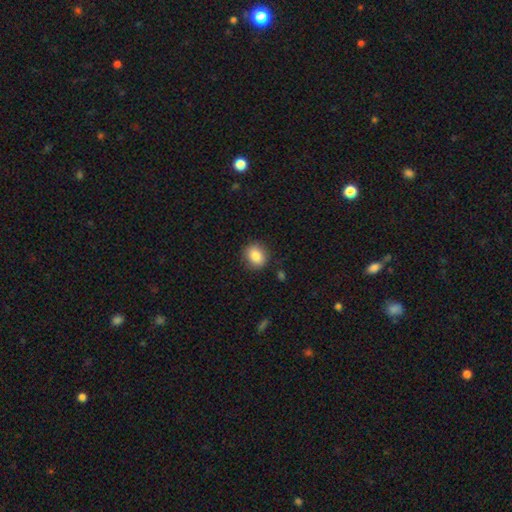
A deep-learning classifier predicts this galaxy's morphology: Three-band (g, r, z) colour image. It shows a smooth galaxy with no disk features (85%) that is round (64%). Merging: none (86%).